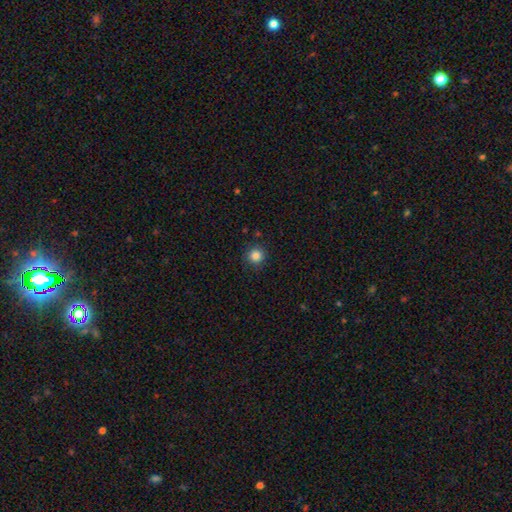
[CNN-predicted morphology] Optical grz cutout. It shows a smooth galaxy with no disk features (84%) that is round (95%). Merging: none (90%).